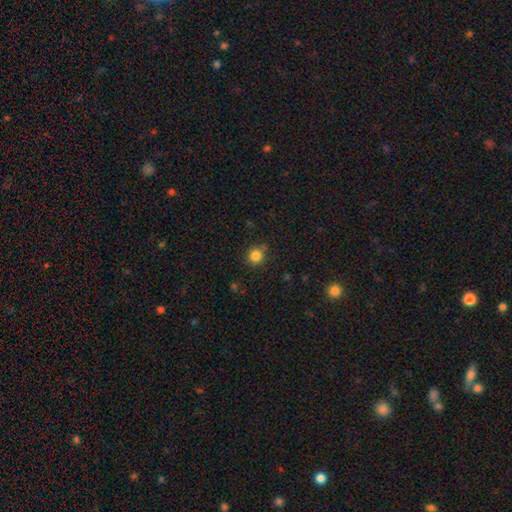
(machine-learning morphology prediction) The model was most divided on "smooth or featured": smooth: 84%, star or artifact: 12%, featured or disk: 4%. More confident: how rounded — round (92%); merging — none (84%).